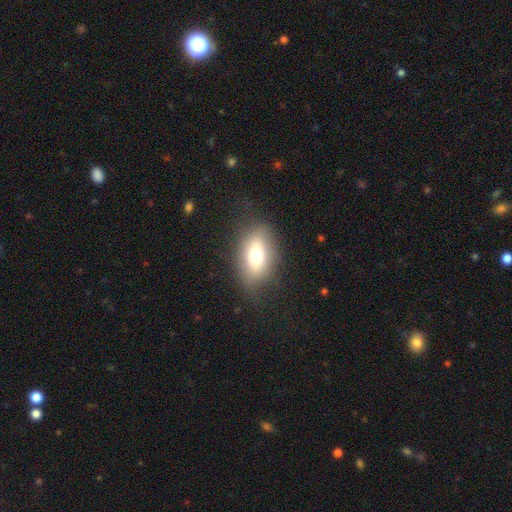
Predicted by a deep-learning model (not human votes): Overall: smooth (67%). How rounded: in between (80%). Merging: none (77%).